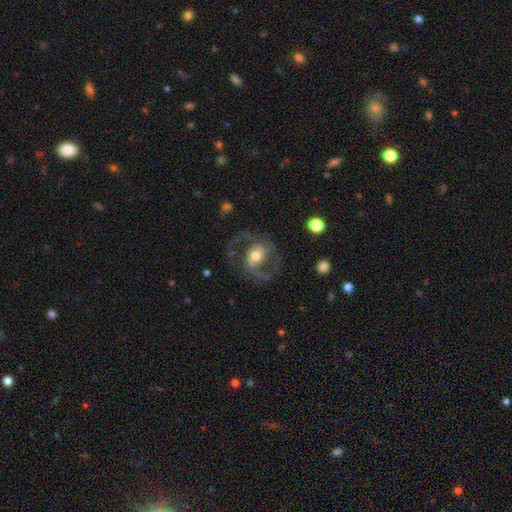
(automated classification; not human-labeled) The model was most divided on "bar": no: 42%, weak: 38%, strong: 20%. More confident: edge-on disk — no (97%); spiral arms — yes (92%); spiral arm count — 2 (90%); smooth or featured — featured or disk (83%); merging — none (67%); bulge size — moderate (66%); spiral winding — medium (57%).